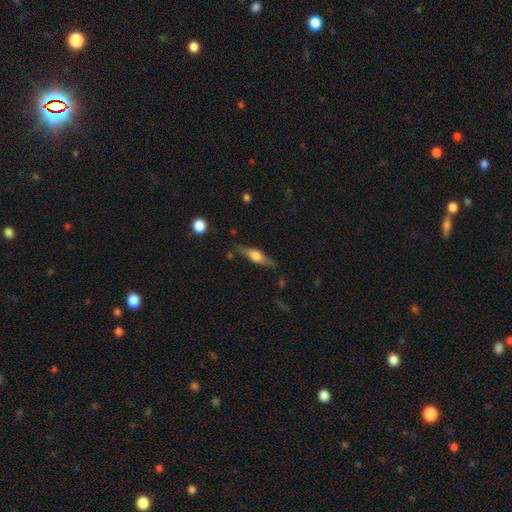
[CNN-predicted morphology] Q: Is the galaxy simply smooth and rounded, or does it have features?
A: featured or disk — 52%.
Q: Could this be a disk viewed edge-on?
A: yes — 89%.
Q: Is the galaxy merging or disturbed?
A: none — 77%.